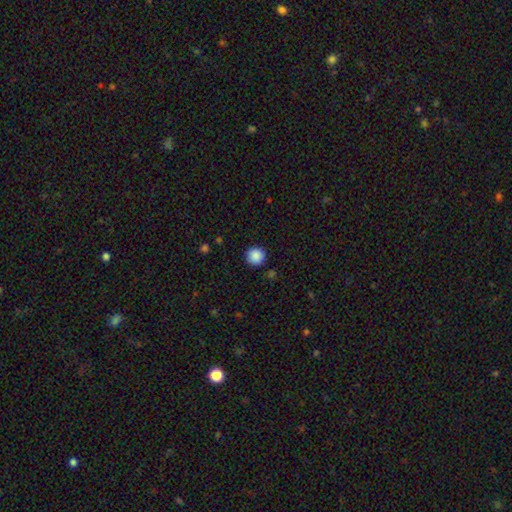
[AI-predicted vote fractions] Smooth or featured?
  - smooth: 88% *
  - star or artifact: 9%
  - featured or disk: 3%
How rounded?
  - round: 96% *
  - in between: 3%
  - cigar-shaped: 1%
Merging?
  - none: 91% *
  - minor disturbance: 6%
  - major disturbance: 2%
  - merger: 1%